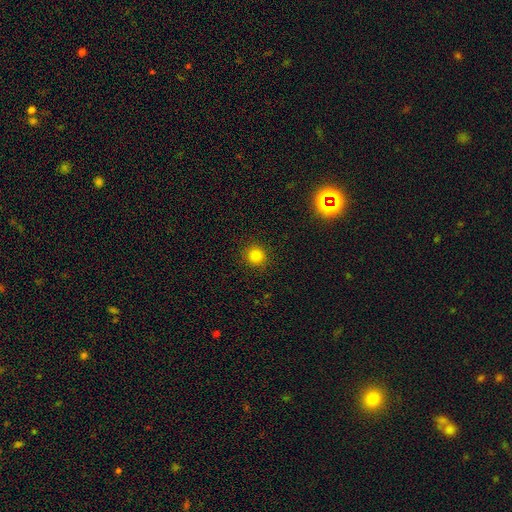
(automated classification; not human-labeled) A smooth galaxy with no disk features (82%) that is round (93%). Merging: none (91%).